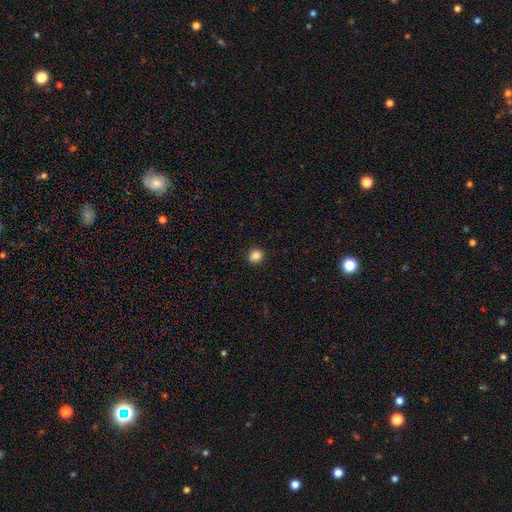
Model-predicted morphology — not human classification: Smooth or featured?
  - smooth: 86% *
  - star or artifact: 11%
  - featured or disk: 3%
How rounded?
  - round: 73% *
  - in between: 26%
  - cigar-shaped: 1%
Merging?
  - none: 90% *
  - minor disturbance: 7%
  - major disturbance: 2%
  - merger: 1%